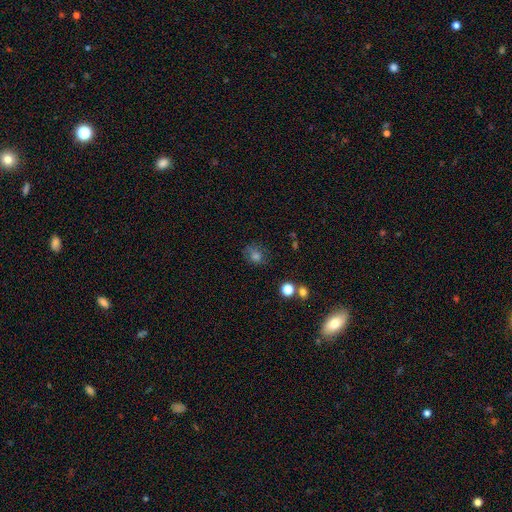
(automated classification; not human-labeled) smooth-or-featured: smooth: 71% | star or artifact: 18% | featured or disk: 11%
  how-rounded: round: 63% | in between: 35% | cigar-shaped: 1%
  merging: none: 72% | minor disturbance: 19% | major disturbance: 6% | merger: 3%